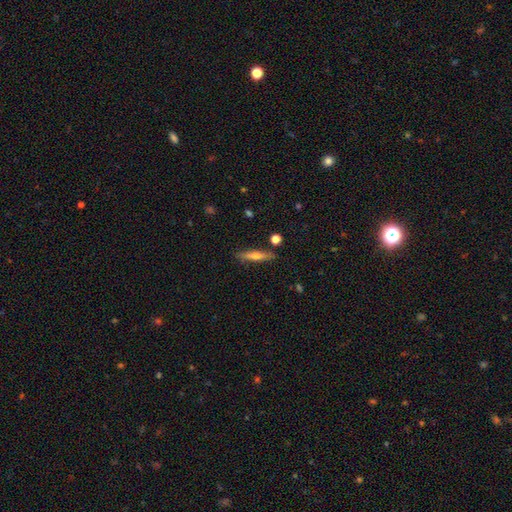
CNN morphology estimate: The model was most divided on "smooth or featured": smooth: 50%, featured or disk: 43%, star or artifact: 7%. More confident: how rounded — cigar-shaped (86%); merging — none (85%).